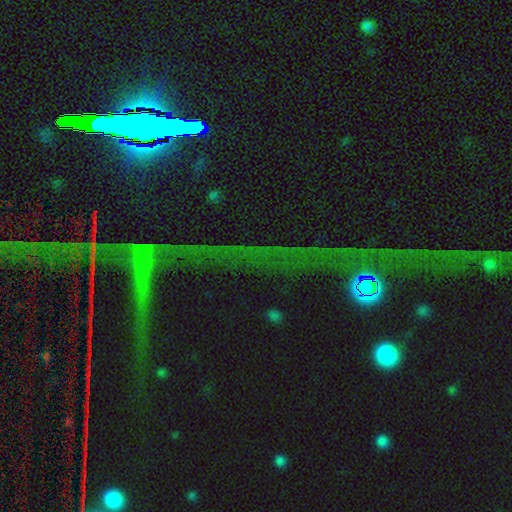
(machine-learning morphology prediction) type=star or artifact (73%).